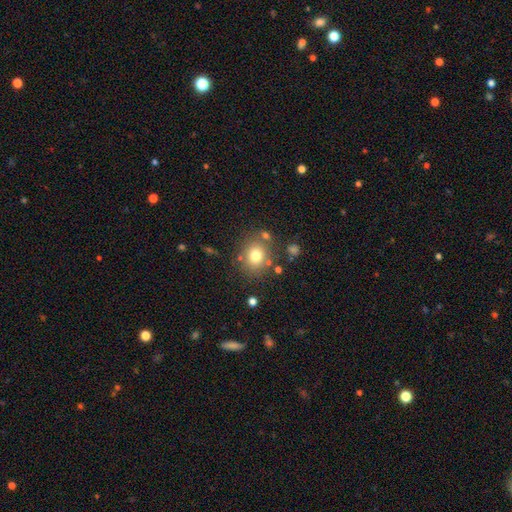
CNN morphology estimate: smooth_or_featured: smooth (p=0.76) [alt: star or artifact p=0.13]
how_rounded: round (p=0.69) [alt: in between p=0.30]
merging: none (p=0.77) [alt: minor disturbance p=0.11]